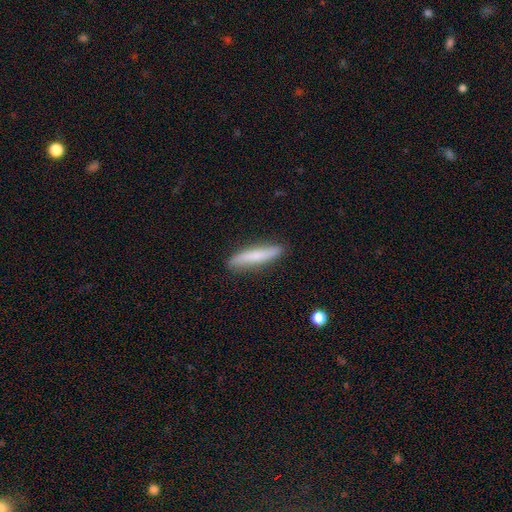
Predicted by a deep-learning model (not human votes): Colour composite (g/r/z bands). It shows a smooth galaxy with no disk features (65%) that is cigar-shaped (90%). Merging: none (86%).